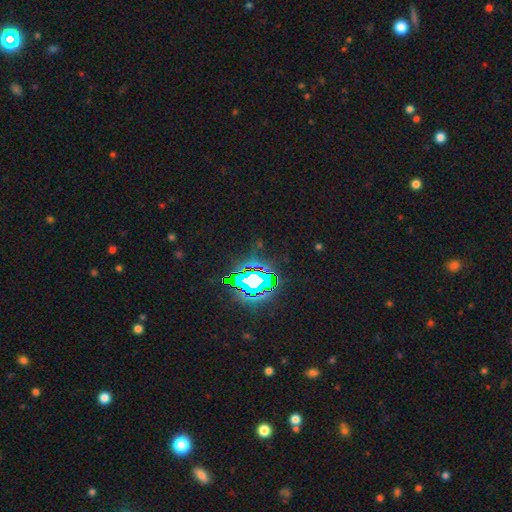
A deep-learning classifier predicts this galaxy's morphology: Smooth or featured? Predicted: star or artifact (p=0.79).